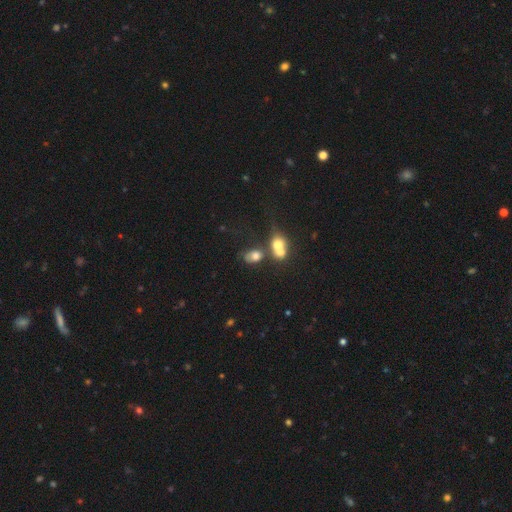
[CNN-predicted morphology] Smooth or featured? Predicted: smooth (p=0.63). How rounded? Predicted: in between (p=0.62). Merging? Predicted: merger (p=0.63).